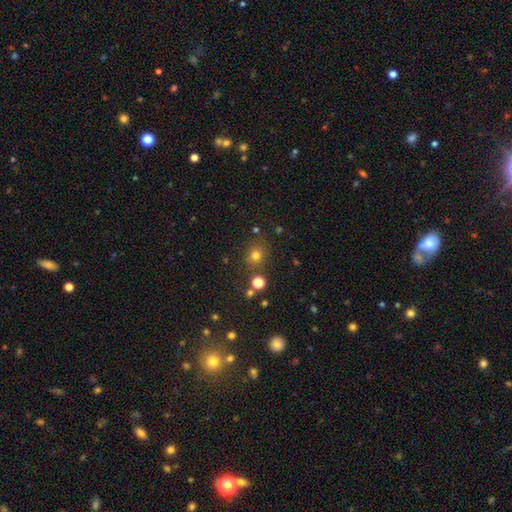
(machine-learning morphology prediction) The model was most divided on "smooth or featured": smooth: 75%, star or artifact: 18%, featured or disk: 7%. More confident: how rounded — round (84%); merging — none (79%).